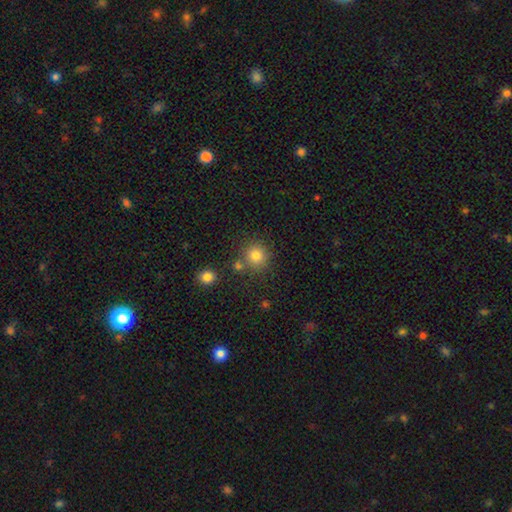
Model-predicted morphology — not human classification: smooth 81%, star or artifact 13%, featured or disk 6%. Down the decision tree: how rounded — round (91%); merging — none (75%).